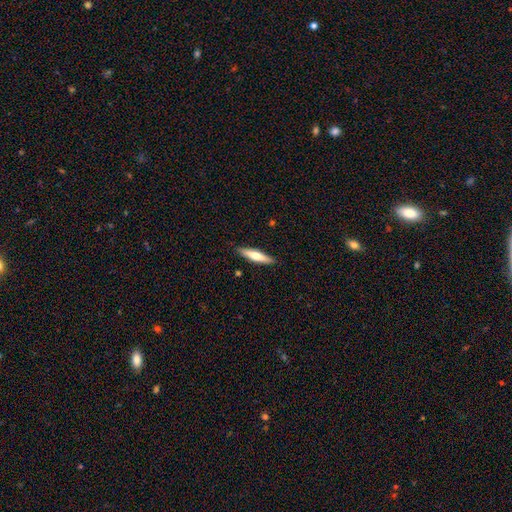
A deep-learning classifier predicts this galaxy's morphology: smooth-or-featured: smooth: 54% | featured or disk: 40% | star or artifact: 5%
  how-rounded: cigar-shaped: 77% | in between: 21% | round: 2%
  merging: none: 89% | minor disturbance: 8% | major disturbance: 2% | merger: 1%